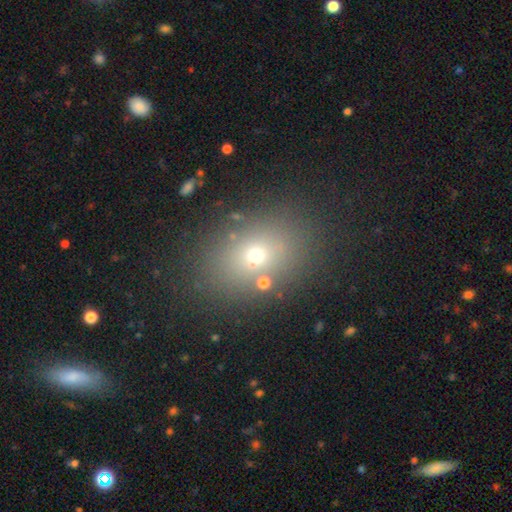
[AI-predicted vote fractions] smooth 64%, star or artifact 22%, featured or disk 15%. Down the decision tree: how rounded — in between (61%); merging — none (81%).